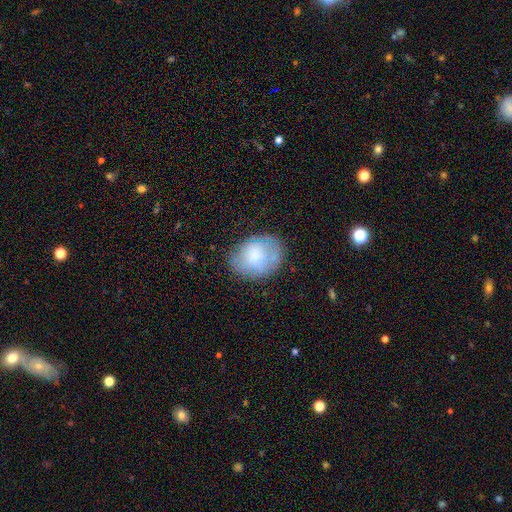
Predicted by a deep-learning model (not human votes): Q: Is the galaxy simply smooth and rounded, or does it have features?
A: smooth — 70%.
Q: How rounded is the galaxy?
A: in between — 60%.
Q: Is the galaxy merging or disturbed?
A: none — 68%.